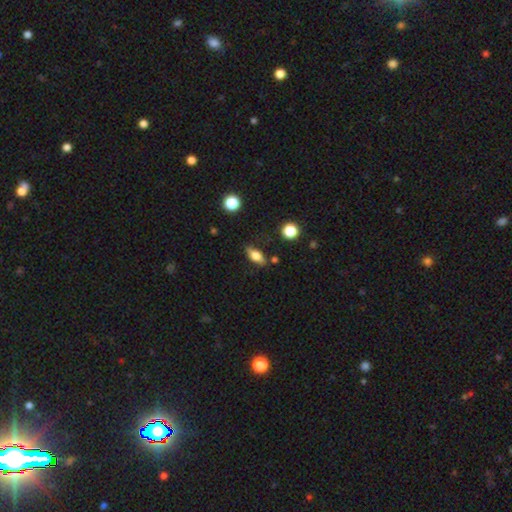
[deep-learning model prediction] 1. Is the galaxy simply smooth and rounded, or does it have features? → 66% smooth, 26% featured or disk, 8% star or artifact.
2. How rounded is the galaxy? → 76% in between, 17% cigar-shaped, 7% round.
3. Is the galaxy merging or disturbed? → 79% none, 15% minor disturbance, 3% major disturbance, 3% merger.